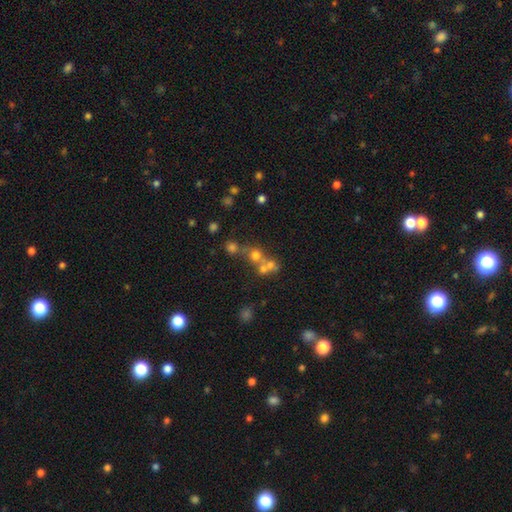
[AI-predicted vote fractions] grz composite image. It shows a smooth galaxy with no disk features (41%). Merging: none (47%).